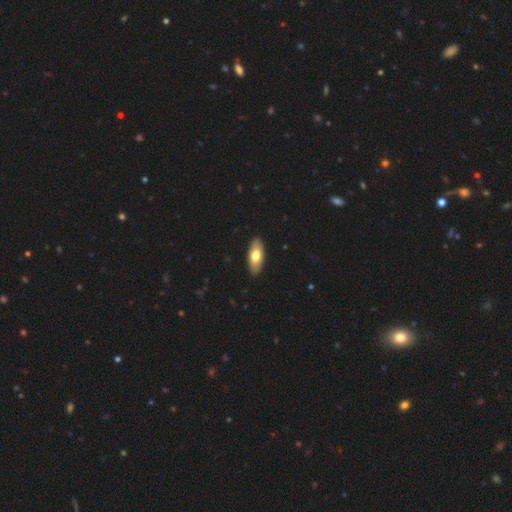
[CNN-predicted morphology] The model was most divided on "smooth or featured": smooth: 71%, featured or disk: 24%, star or artifact: 5%. More confident: merging — none (90%); how rounded — in between (86%).